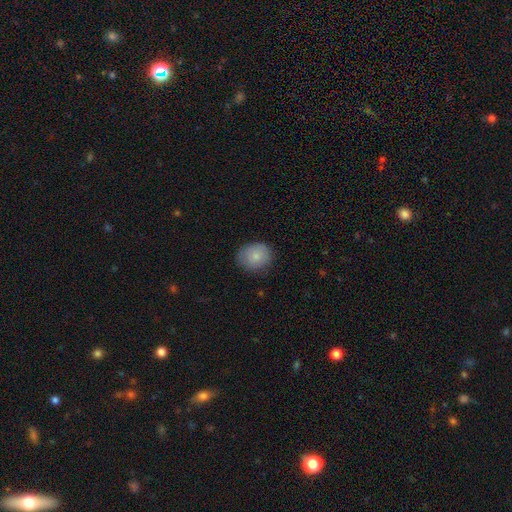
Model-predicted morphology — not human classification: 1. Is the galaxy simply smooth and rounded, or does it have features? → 83% smooth, 9% featured or disk, 8% star or artifact.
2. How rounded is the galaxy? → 69% round, 30% in between, 1% cigar-shaped.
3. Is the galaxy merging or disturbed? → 79% none, 16% minor disturbance, 4% major disturbance, 1% merger.